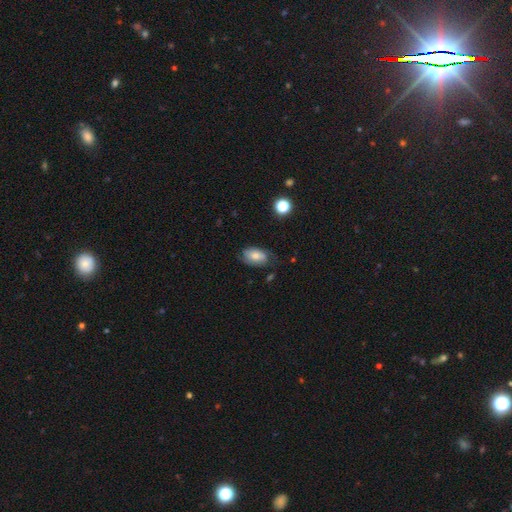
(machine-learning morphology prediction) smooth 61%, featured or disk 30%, star or artifact 9%. Down the decision tree: how rounded — in between (89%); merging — none (59%).